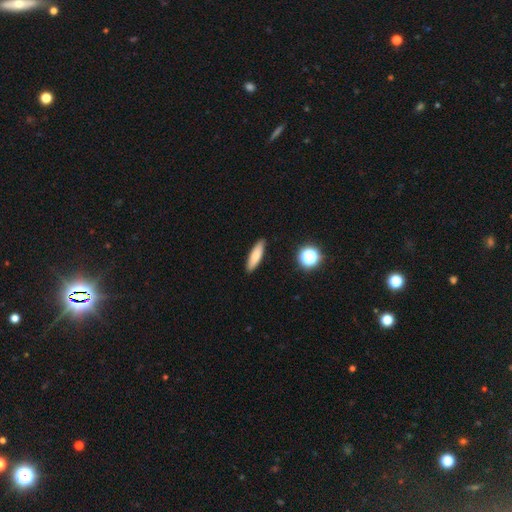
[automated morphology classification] The model was most divided on "how rounded": cigar-shaped: 66%, in between: 32%, round: 2%. More confident: merging — none (89%); smooth or featured — smooth (81%).